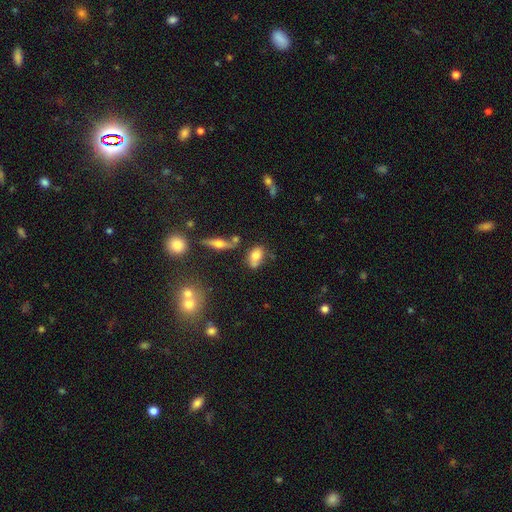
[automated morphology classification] smooth_or_featured: smooth (p=0.72) [alt: featured or disk p=0.18]
how_rounded: in between (p=0.82) [alt: round p=0.14]
merging: none (p=0.46) [alt: merger p=0.23]